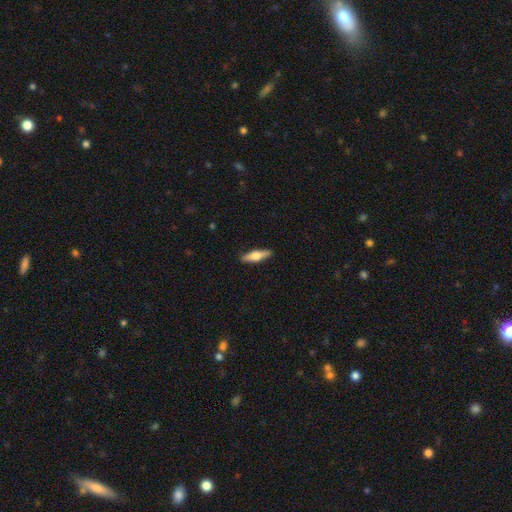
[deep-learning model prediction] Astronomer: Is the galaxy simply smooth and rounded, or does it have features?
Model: smooth — 51% (runner-up: featured or disk, 43%).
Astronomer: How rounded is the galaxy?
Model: cigar-shaped — 64%.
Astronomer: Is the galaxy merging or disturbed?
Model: none — 90%.